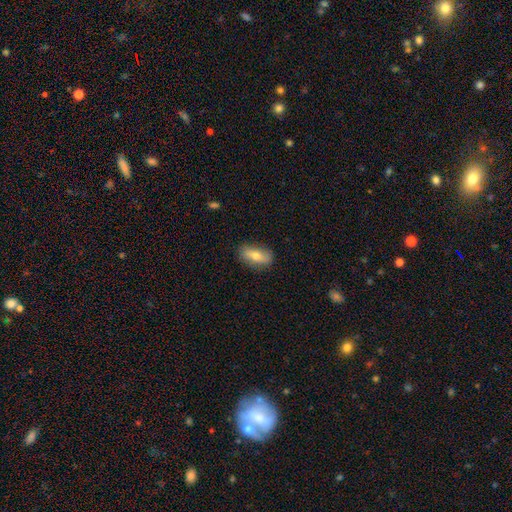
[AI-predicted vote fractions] The model was most divided on "smooth or featured": smooth: 64%, featured or disk: 29%, star or artifact: 7%. More confident: merging — none (82%); how rounded — in between (81%).